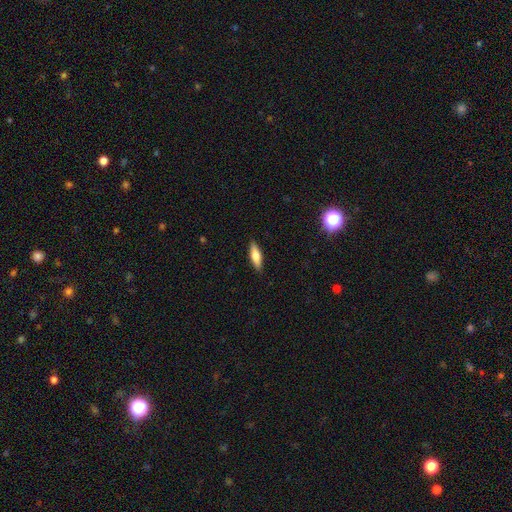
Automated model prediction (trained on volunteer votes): This appears to be a smooth galaxy with no disk features (67%) that is cigar-shaped (55%). Merging: none (89%).